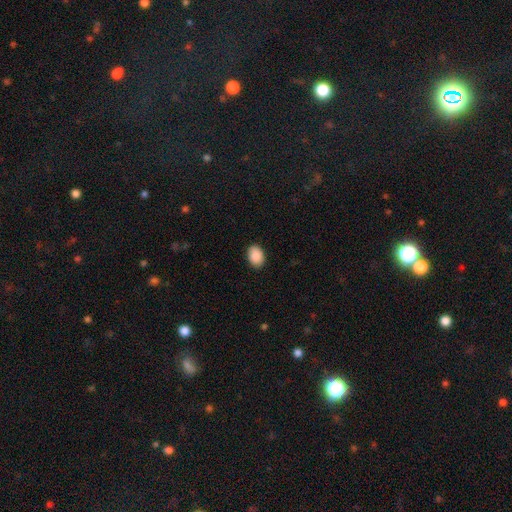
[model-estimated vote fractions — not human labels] smooth 90%, star or artifact 7%, featured or disk 3%. Down the decision tree: how rounded — in between (78%); merging — none (89%).